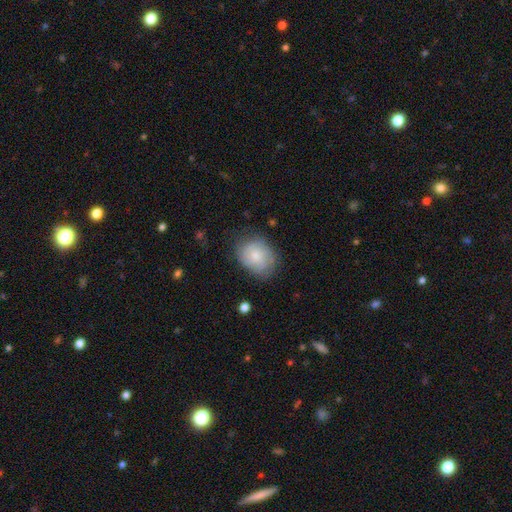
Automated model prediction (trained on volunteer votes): Smooth or featured: smooth — 69% (featured or disk — 23%)
How rounded: in between — 54% (round — 45%)
Merging: none — 68% (minor disturbance — 24%)